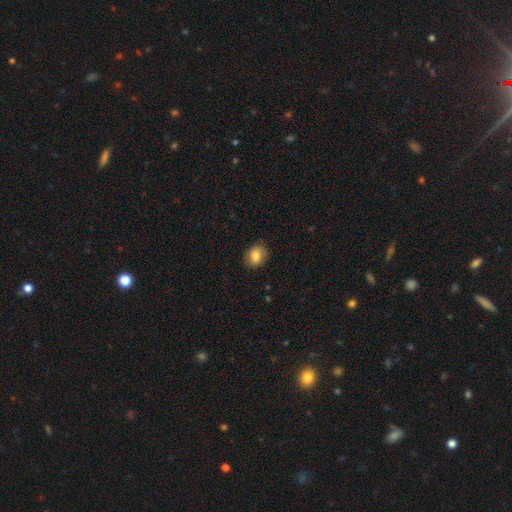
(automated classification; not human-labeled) Smooth or featured: smooth — 80% (featured or disk — 12%)
How rounded: round — 51% (in between — 48%)
Merging: none — 85% (minor disturbance — 12%)